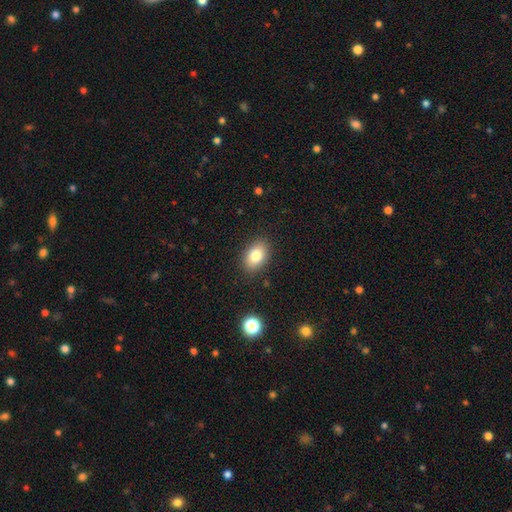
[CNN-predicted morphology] This is clearly a smooth galaxy (81%). How rounded: clearly in between (83%). Merging: clearly none (87%).